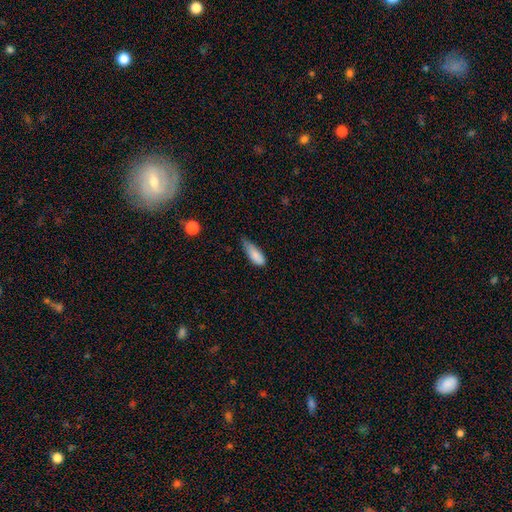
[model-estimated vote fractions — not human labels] Morphology: type=smooth (85%); roundness=in between (76%); merging=minor disturbance (53%).